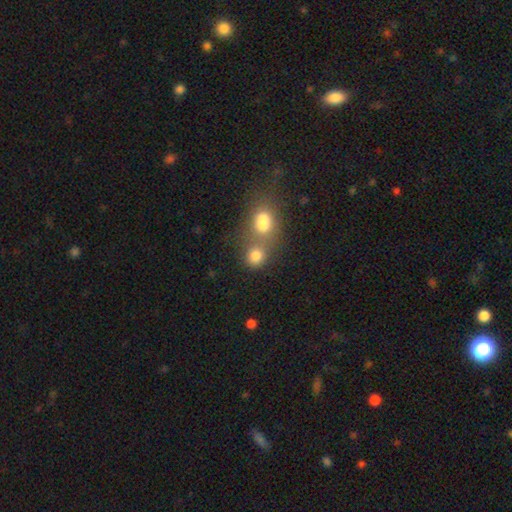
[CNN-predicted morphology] Smooth or featured? smooth (77%)
How rounded? round (77%)
Merging? merger (46%)